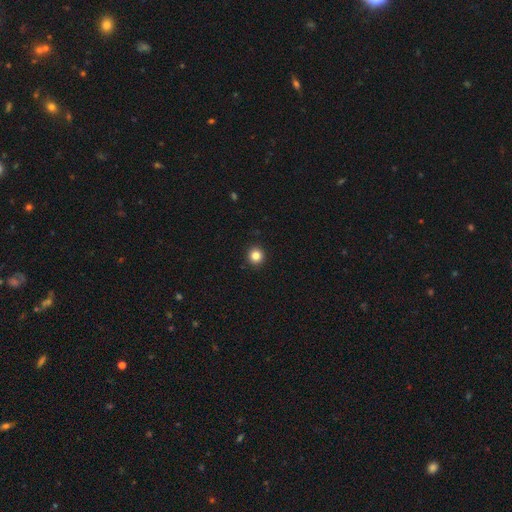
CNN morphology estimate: Overall: smooth (85%). How rounded: round (94%). Merging: none (94%).